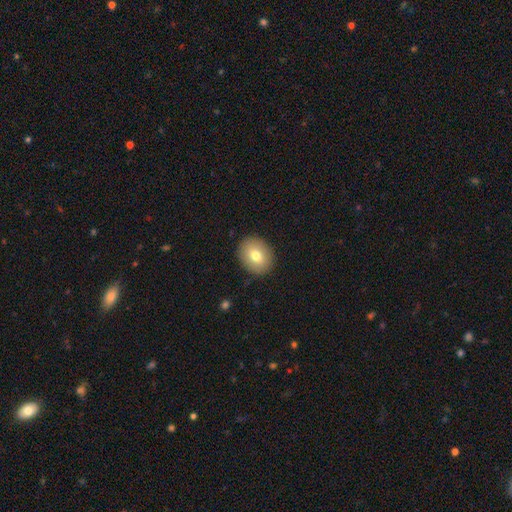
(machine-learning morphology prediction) This appears to be a smooth galaxy with no disk features (76%) that is in between round and cigar-shaped (51%). Merging: none (89%).